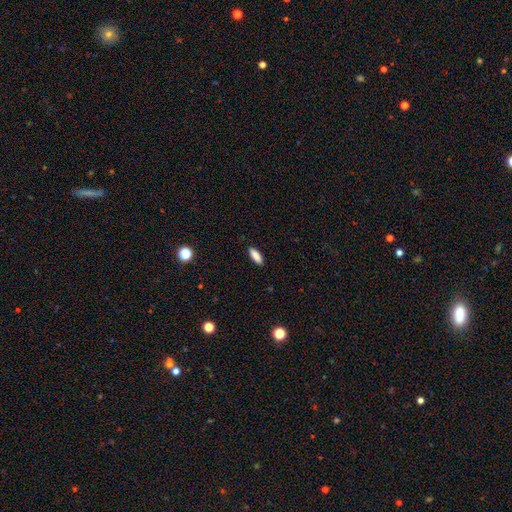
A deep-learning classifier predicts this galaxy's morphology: type=smooth (87%); roundness=in between (60%); merging=none (90%).